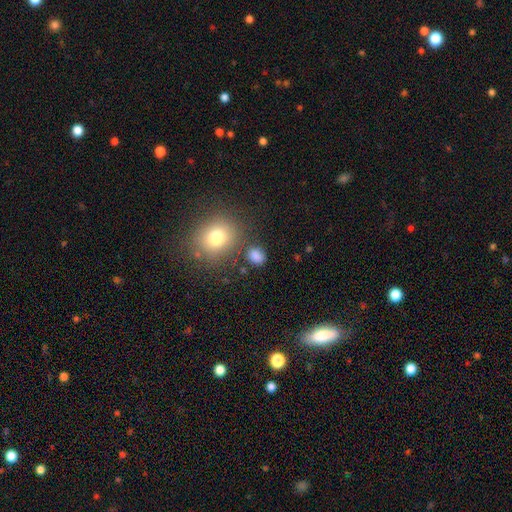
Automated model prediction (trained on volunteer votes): Smooth or featured: smooth — 82% (star or artifact — 13%)
How rounded: round — 51% (in between — 47%)
Merging: none — 75% (minor disturbance — 13%)